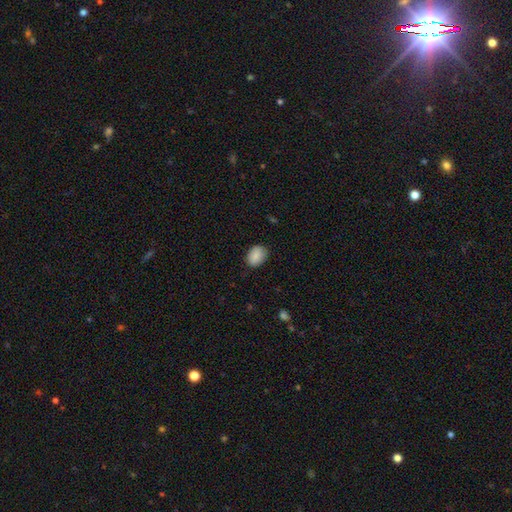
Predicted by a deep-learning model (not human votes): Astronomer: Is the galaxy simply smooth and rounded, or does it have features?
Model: smooth — 88%.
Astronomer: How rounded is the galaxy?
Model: in between — 70%.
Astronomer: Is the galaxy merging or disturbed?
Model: none — 81%.